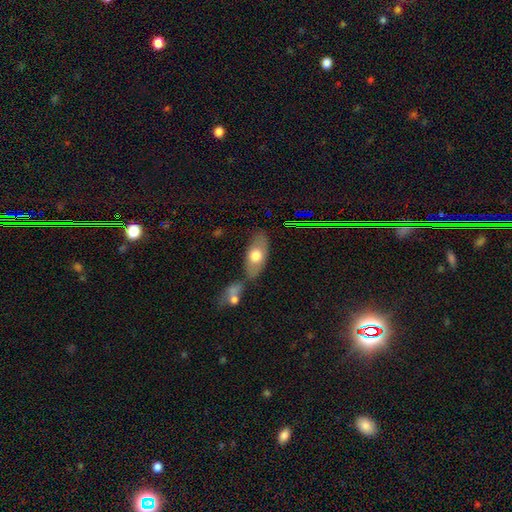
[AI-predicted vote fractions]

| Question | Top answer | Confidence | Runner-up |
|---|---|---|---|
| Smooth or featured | smooth | 66% | featured or disk (26%) |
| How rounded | in between | 86% | cigar-shaped (10%) |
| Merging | none | 63% | merger (16%) |